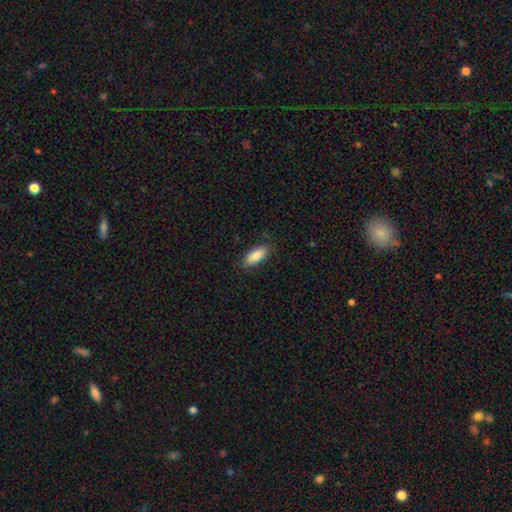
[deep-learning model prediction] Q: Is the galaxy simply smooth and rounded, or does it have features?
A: smooth — 86%.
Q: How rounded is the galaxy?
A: in between — 77%.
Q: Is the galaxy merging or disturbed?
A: none — 84%.